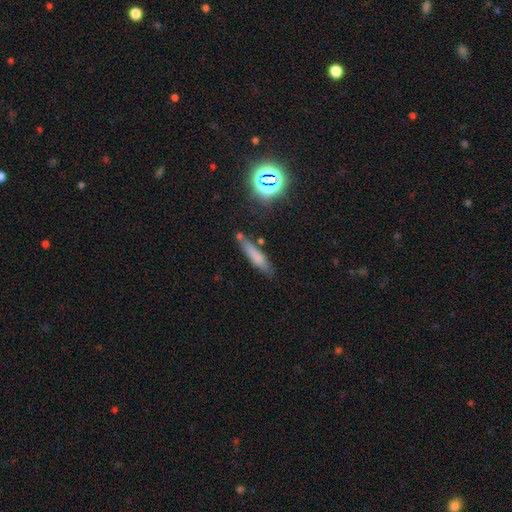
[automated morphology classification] The model was most divided on "smooth or featured": smooth: 66%, featured or disk: 19%, star or artifact: 15%. More confident: how rounded — cigar-shaped (83%); merging — none (70%).